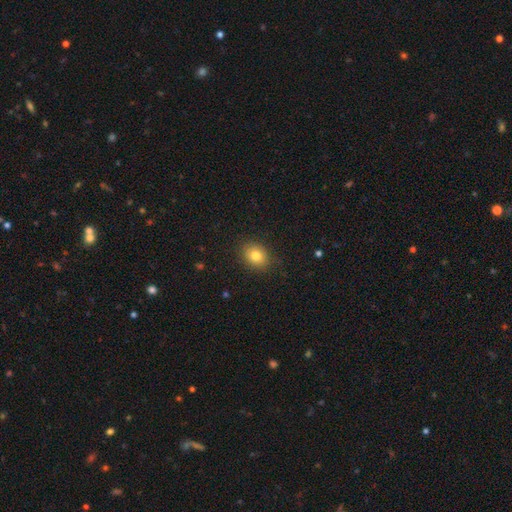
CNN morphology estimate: A smooth galaxy with no disk features (80%) that is round (55%).

Vote fractions:
- Smooth or featured? smooth: 80% / star or artifact: 11% / featured or disk: 9%
- How rounded? round: 55% / in between: 44% / cigar-shaped: 1%
- Merging? none: 87% / minor disturbance: 9% / major disturbance: 2% / merger: 1%